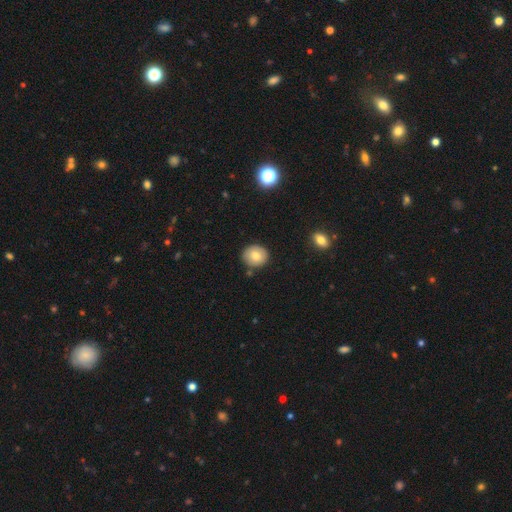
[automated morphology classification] Smooth or featured: smooth — 78% (featured or disk — 13%)
How rounded: round — 80% (in between — 19%)
Merging: none — 85% (minor disturbance — 9%)